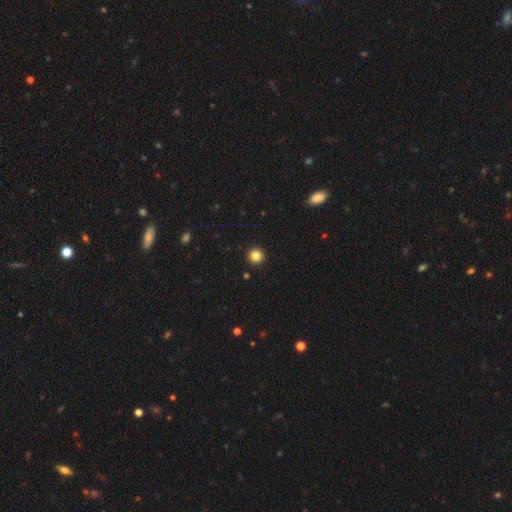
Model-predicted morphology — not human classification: The model was most divided on "smooth or featured": smooth: 84%, star or artifact: 11%, featured or disk: 4%. More confident: how rounded — round (96%); merging — none (94%).